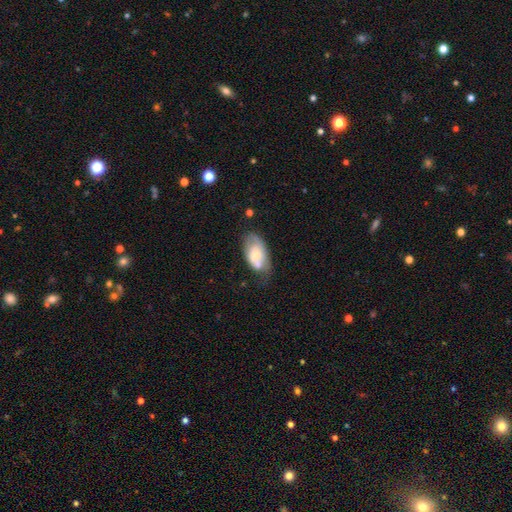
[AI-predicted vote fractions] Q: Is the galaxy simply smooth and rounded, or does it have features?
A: smooth — 50%.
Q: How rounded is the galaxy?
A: in between — 92%.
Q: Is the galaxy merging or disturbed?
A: none — 36%.